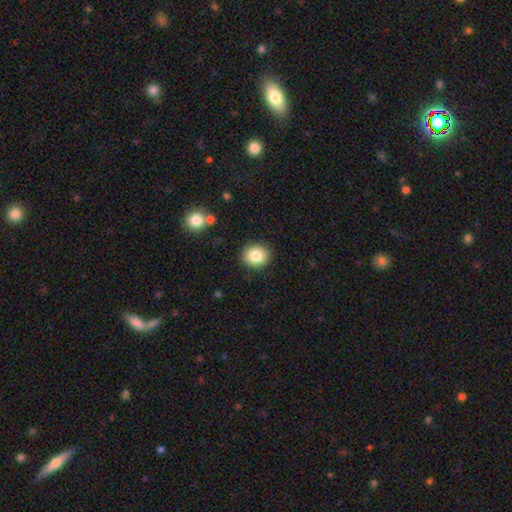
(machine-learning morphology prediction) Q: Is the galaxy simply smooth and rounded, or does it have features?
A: smooth — 83%.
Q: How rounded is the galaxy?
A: round — 74%.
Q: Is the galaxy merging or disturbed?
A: none — 89%.